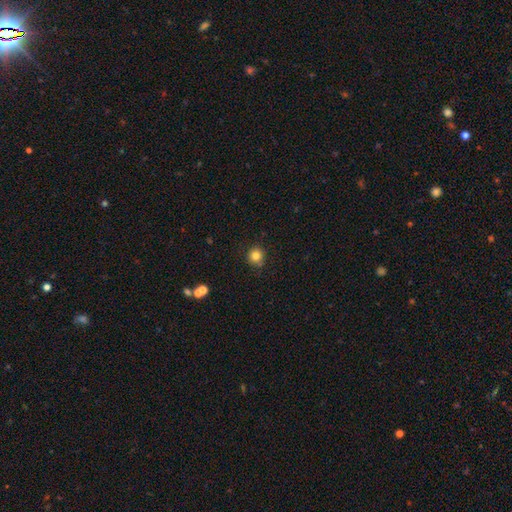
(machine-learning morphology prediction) This is clearly a smooth galaxy (82%). How rounded: clearly round (93%). Merging: clearly none (83%).